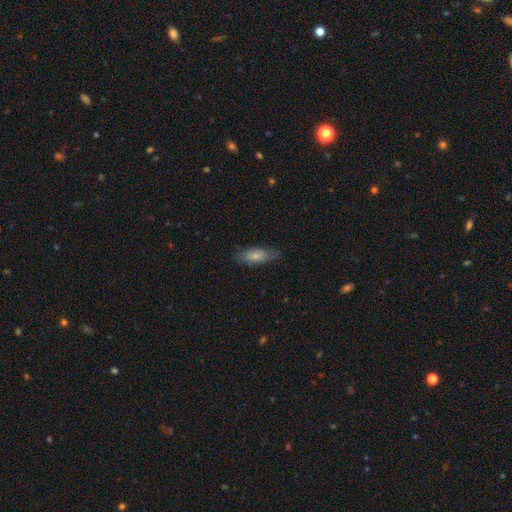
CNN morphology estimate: smooth_or_featured: smooth (p=0.65) [alt: featured or disk p=0.28]
how_rounded: in between (p=0.74) [alt: cigar-shaped p=0.23]
merging: none (p=0.68) [alt: minor disturbance p=0.24]